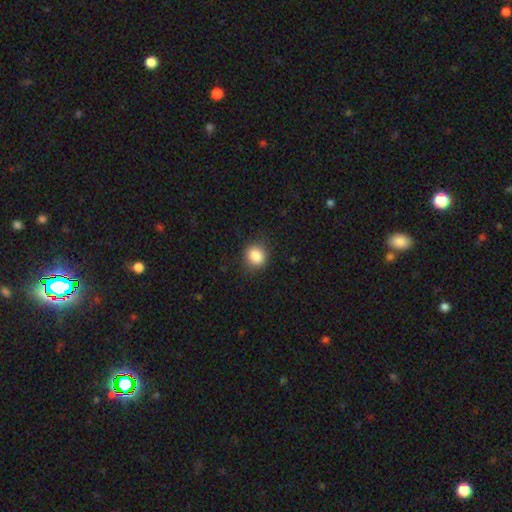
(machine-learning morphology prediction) The model was most divided on "how rounded": round: 73%, in between: 26%, cigar-shaped: 1%. More confident: smooth or featured — smooth (86%); merging — none (85%).